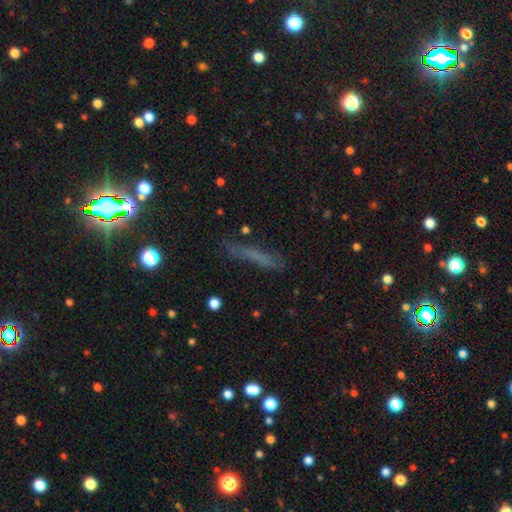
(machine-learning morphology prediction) smooth 52%, featured or disk 28%, star or artifact 20%. Down the decision tree: how rounded — cigar-shaped (88%); merging — none (73%).